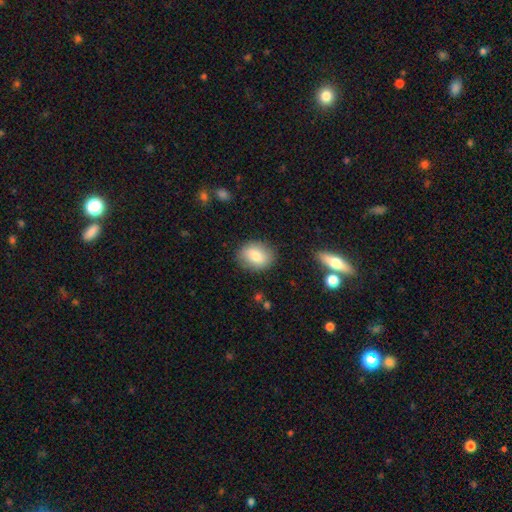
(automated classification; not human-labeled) smooth_or_featured: smooth (p=0.80) [alt: featured or disk p=0.13]
how_rounded: in between (p=0.56) [alt: round p=0.43]
merging: none (p=0.85) [alt: minor disturbance p=0.11]